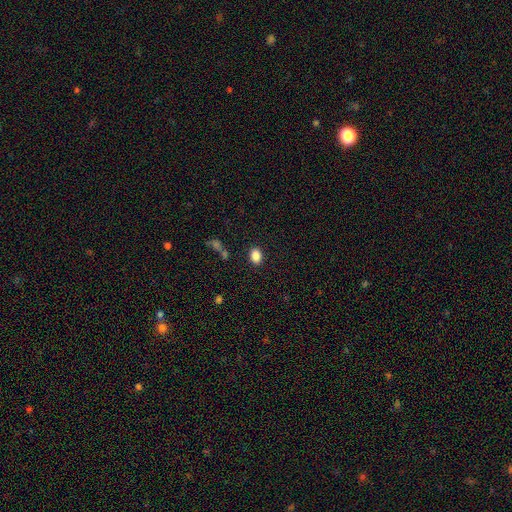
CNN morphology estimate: smooth-or-featured: smooth: 86% | star or artifact: 9% | featured or disk: 4%
  how-rounded: in between: 79% | round: 20% | cigar-shaped: 1%
  merging: none: 86% | minor disturbance: 9% | major disturbance: 3% | merger: 3%